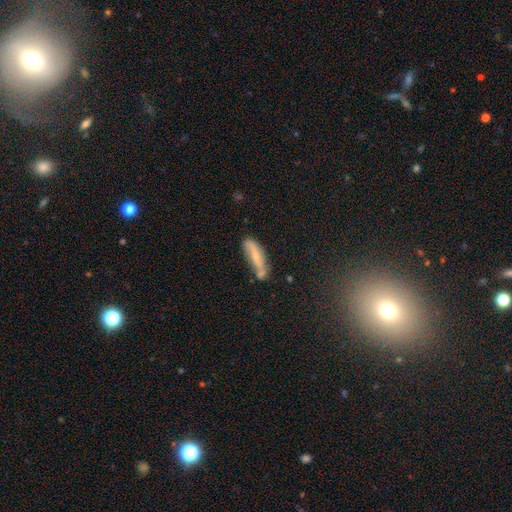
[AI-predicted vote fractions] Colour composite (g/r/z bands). It shows a smooth galaxy with no disk features (54%) that is cigar-shaped (64%). Merging: none (47%).